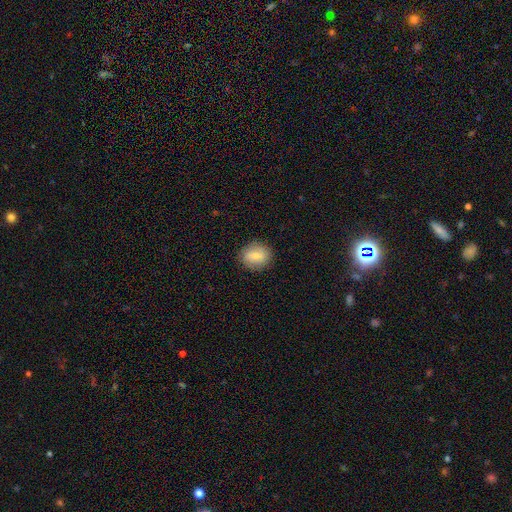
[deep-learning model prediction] A smooth galaxy with no disk features (71%) that is round (71%).

Vote fractions:
- Smooth or featured? smooth: 71% / featured or disk: 21% / star or artifact: 8%
- How rounded? round: 71% / in between: 27% / cigar-shaped: 1%
- Merging? none: 87% / minor disturbance: 10% / major disturbance: 3% / merger: 1%